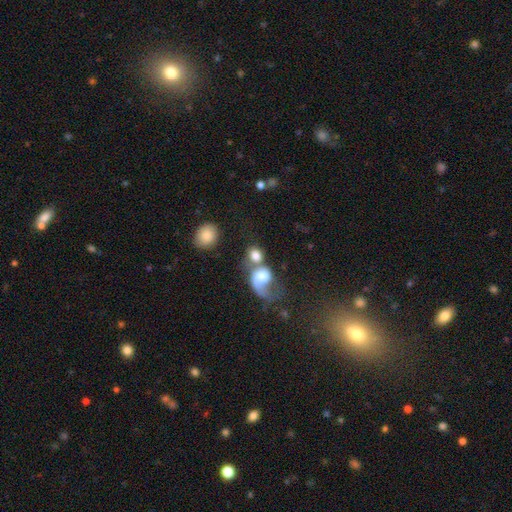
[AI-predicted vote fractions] Smooth or featured? smooth (63%)
How rounded? round (64%)
Merging? merger (64%)